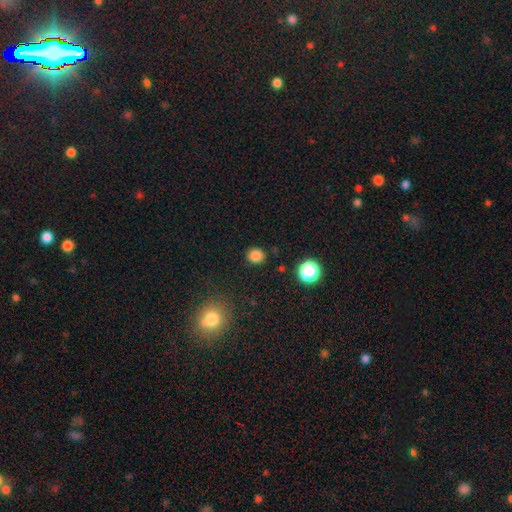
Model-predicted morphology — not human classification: Smooth or featured?
  - smooth: 82% *
  - star or artifact: 14%
  - featured or disk: 4%
How rounded?
  - round: 88% *
  - in between: 11%
  - cigar-shaped: 1%
Merging?
  - none: 89% *
  - minor disturbance: 7%
  - major disturbance: 2%
  - merger: 2%